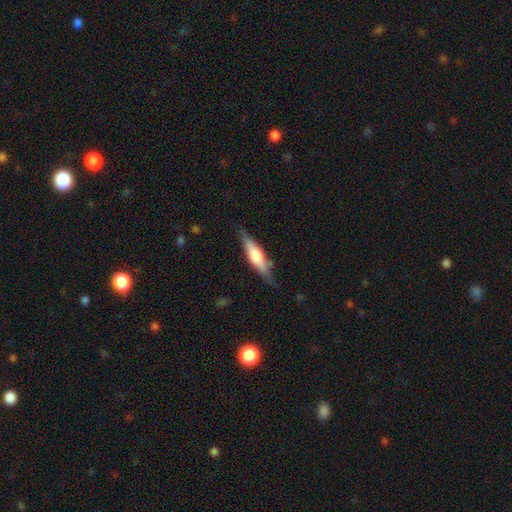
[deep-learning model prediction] Smooth or featured: smooth — 49% (featured or disk — 45%)
Merging: none — 73% (minor disturbance — 20%)